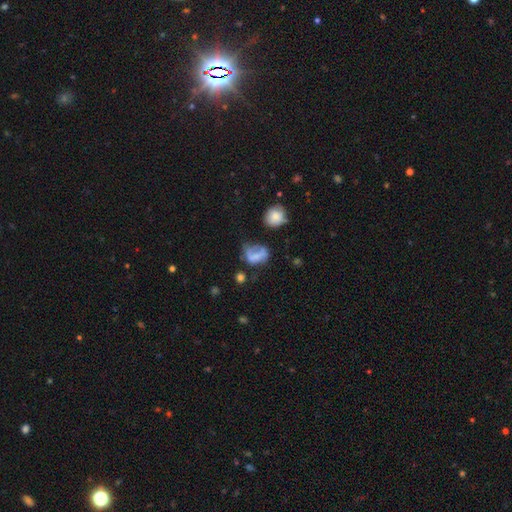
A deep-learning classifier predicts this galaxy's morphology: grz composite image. It shows a smooth galaxy with no disk features (56%) that is in between round and cigar-shaped (66%). Merging: major disturbance (37%).